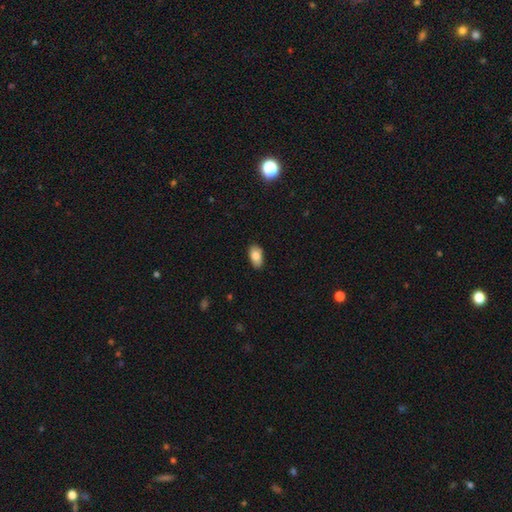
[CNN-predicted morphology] smooth-or-featured: smooth: 85% | star or artifact: 7% | featured or disk: 7%
  how-rounded: in between: 93% | round: 5% | cigar-shaped: 2%
  merging: none: 84% | minor disturbance: 12% | major disturbance: 2% | merger: 1%